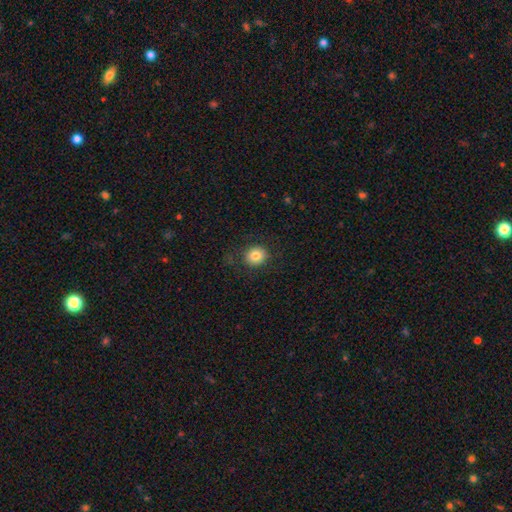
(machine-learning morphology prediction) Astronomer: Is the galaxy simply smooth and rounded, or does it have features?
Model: smooth — 82%.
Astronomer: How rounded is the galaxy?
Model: round — 82%.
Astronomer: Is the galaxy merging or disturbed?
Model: none — 85%.